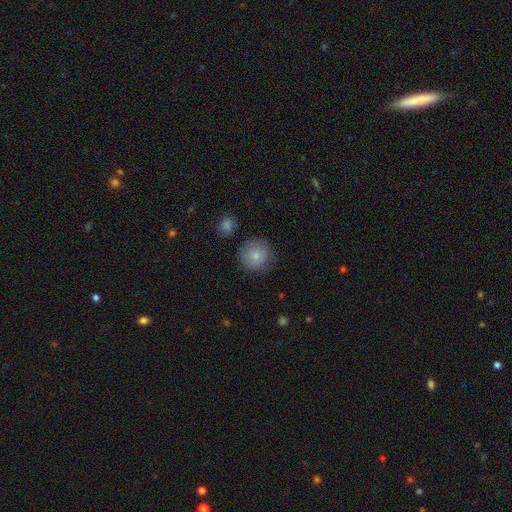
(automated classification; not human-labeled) A smooth galaxy with no disk features (83%) that is round (93%).

Vote fractions:
- Smooth or featured? smooth: 83% / featured or disk: 10% / star or artifact: 8%
- How rounded? round: 93% / in between: 6% / cigar-shaped: 1%
- Merging? none: 80% / minor disturbance: 13% / major disturbance: 4% / merger: 3%